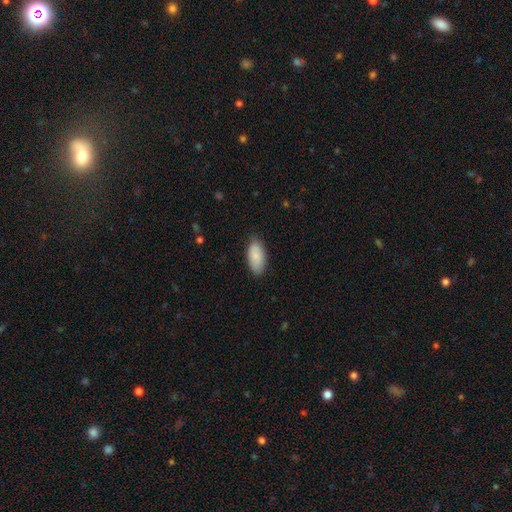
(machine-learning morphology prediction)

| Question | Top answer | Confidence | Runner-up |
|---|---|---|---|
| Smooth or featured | smooth | 82% | featured or disk (12%) |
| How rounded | in between | 93% | cigar-shaped (4%) |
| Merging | none | 80% | minor disturbance (16%) |